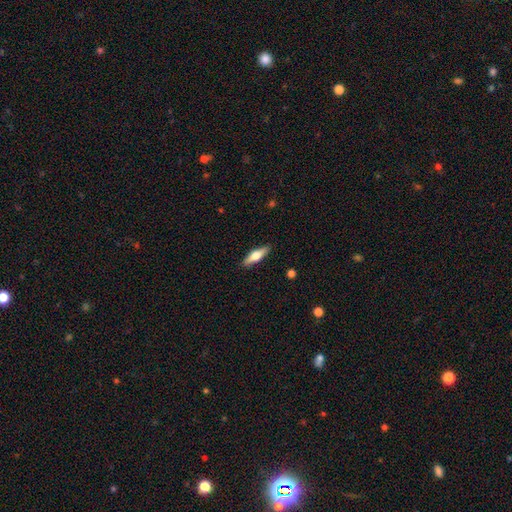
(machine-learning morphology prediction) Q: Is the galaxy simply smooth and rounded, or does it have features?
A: smooth — 51%.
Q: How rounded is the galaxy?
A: cigar-shaped — 62%.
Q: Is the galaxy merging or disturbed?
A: none — 89%.